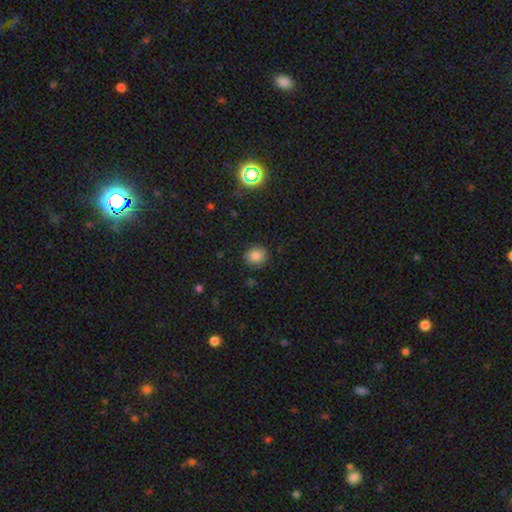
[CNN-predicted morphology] This appears to be a smooth galaxy with no disk features (82%) that is round (81%). Merging: none (84%).